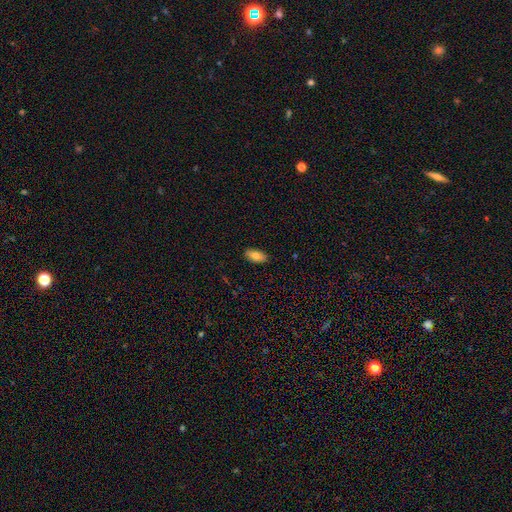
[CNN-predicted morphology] Smooth or featured? Predicted: smooth (p=0.78). How rounded? Predicted: in between (p=0.89). Merging? Predicted: none (p=0.88).